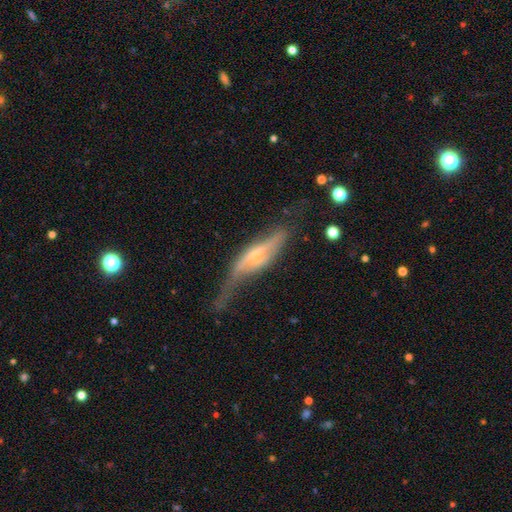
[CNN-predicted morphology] Q: Smooth or featured?
A: featured or disk (72%); runner-up: smooth (21%)
Q: Edge-on disk?
A: yes (67%); runner-up: no (33%)
Q: Merging?
A: none (38%); runner-up: minor disturbance (33%)